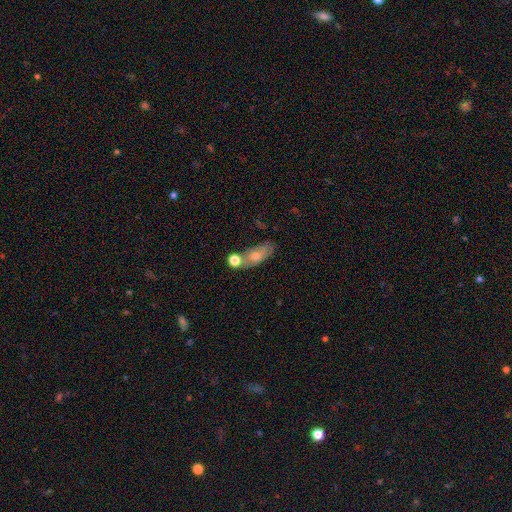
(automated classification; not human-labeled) smooth 55%, featured or disk 34%, star or artifact 12%. Down the decision tree: how rounded — in between (73%); merging — none (52%).